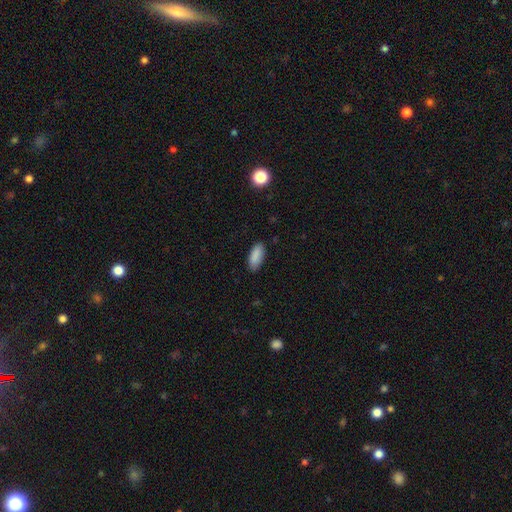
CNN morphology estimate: Smooth or featured? smooth (89%)
How rounded? in between (83%)
Merging? none (85%)